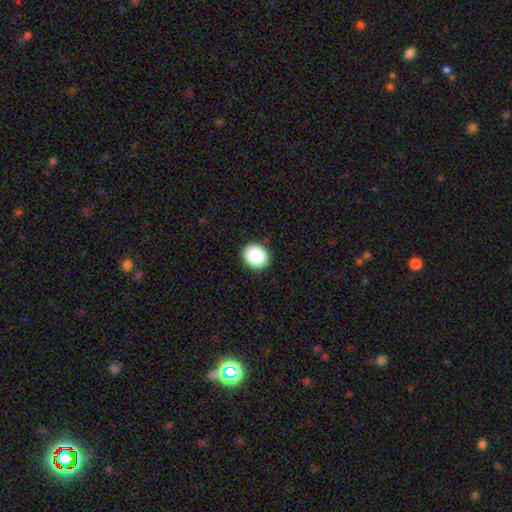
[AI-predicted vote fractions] A smooth galaxy with no disk features (88%) that is round (55%). Merging: none (90%).